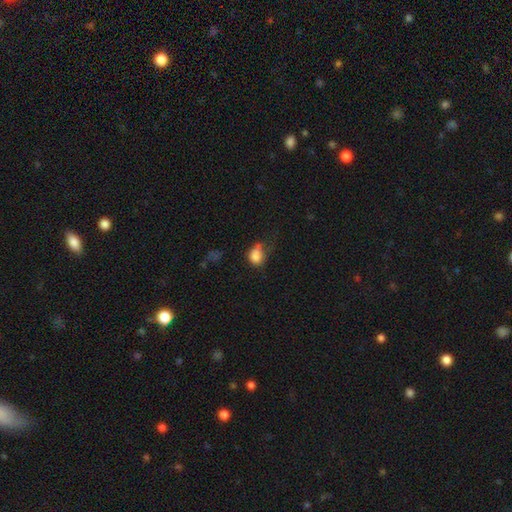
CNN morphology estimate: A smooth galaxy with no disk features (79%) that is in between round and cigar-shaped (66%). Merging: minor disturbance (33%).